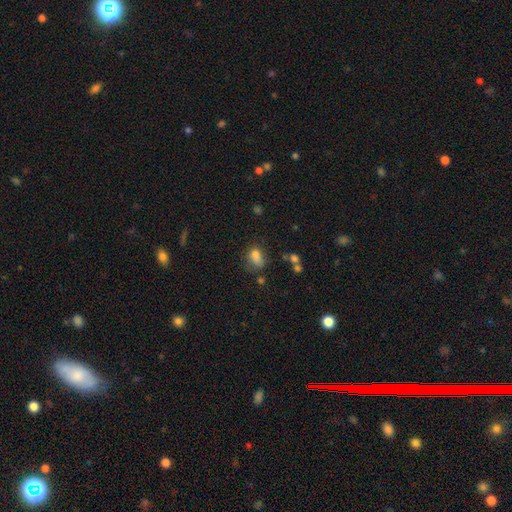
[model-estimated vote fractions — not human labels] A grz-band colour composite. It shows a smooth galaxy with no disk features (77%) that is in between round and cigar-shaped (74%). Merging: none (43%).